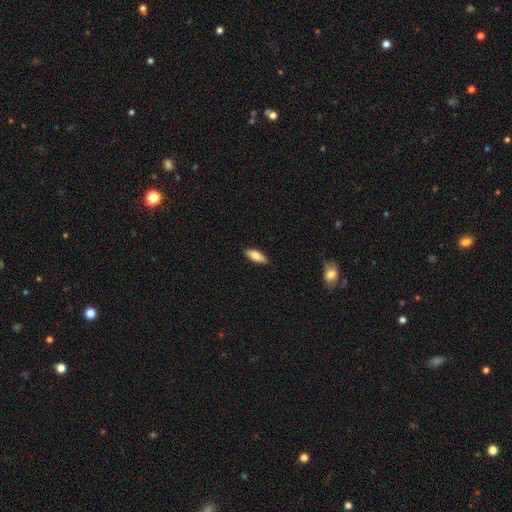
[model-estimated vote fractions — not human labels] smooth 77%, featured or disk 17%, star or artifact 6%. Down the decision tree: how rounded — in between (69%); merging — none (88%).